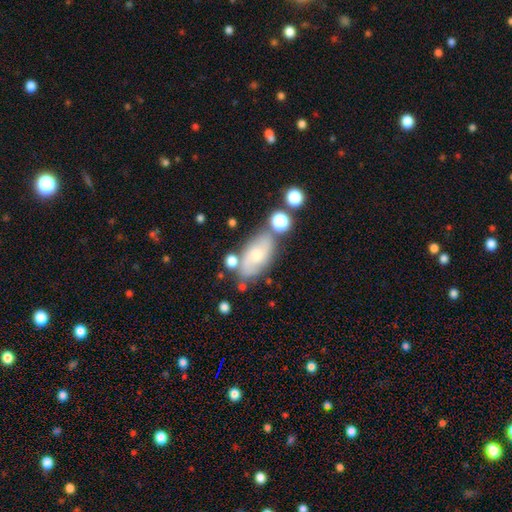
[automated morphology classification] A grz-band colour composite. It shows a featured or disk galaxy (49%). Merging: none (62%).